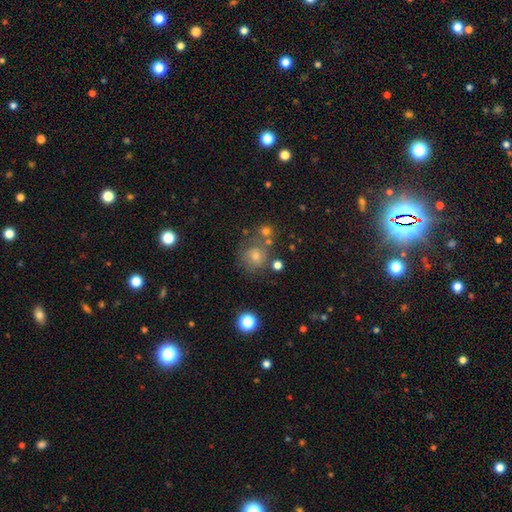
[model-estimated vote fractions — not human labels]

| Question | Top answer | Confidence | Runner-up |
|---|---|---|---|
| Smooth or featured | smooth | 51% | star or artifact (26%) |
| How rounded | round | 87% | in between (12%) |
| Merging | none | 70% | minor disturbance (13%) |